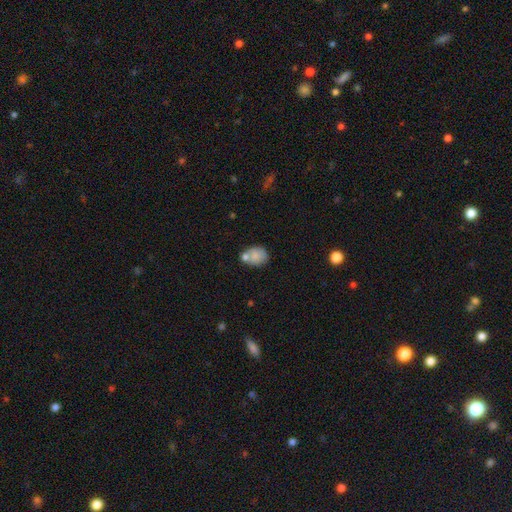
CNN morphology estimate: Smooth or featured: smooth — 73% (featured or disk — 18%)
How rounded: in between — 52% (round — 47%)
Merging: none — 46% (merger — 28%)